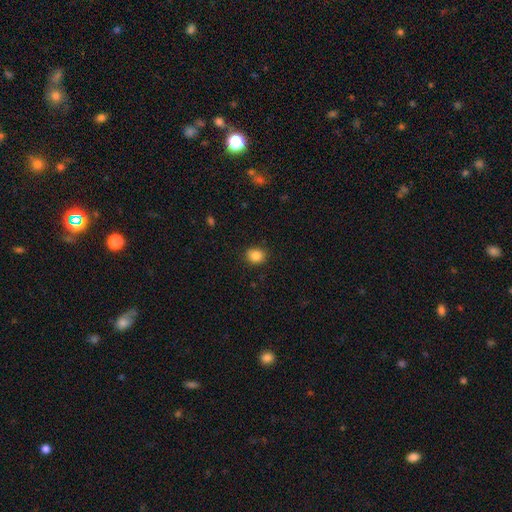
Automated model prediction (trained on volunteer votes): A smooth galaxy with no disk features (85%) that is round (68%).

Vote fractions:
- Smooth or featured? smooth: 85% / star or artifact: 10% / featured or disk: 5%
- How rounded? round: 68% / in between: 31% / cigar-shaped: 1%
- Merging? none: 86% / minor disturbance: 10% / major disturbance: 2% / merger: 1%